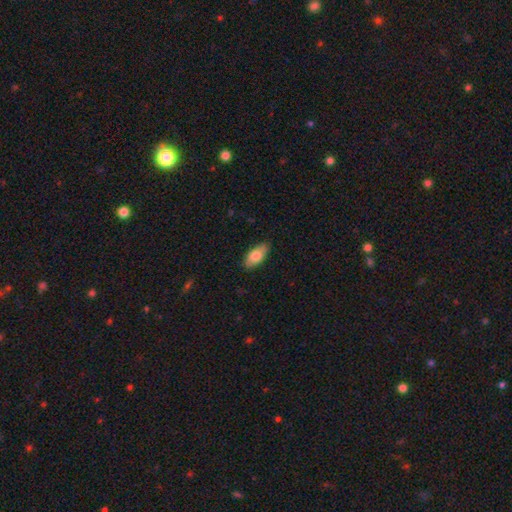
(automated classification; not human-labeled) Smooth or featured: smooth — 76% (featured or disk — 18%)
How rounded: in between — 91% (cigar-shaped — 6%)
Merging: none — 86% (minor disturbance — 11%)